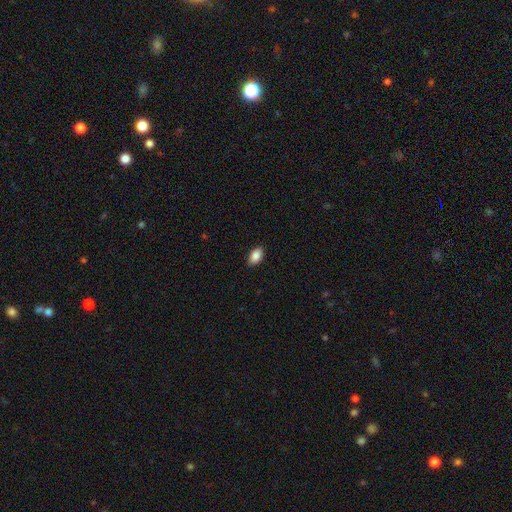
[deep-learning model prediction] Overall: smooth (88%). How rounded: in between (92%). Merging: none (87%).